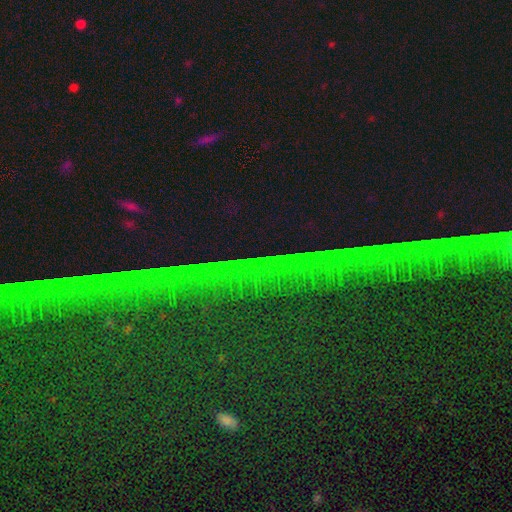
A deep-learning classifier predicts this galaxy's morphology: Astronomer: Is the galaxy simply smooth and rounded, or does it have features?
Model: star or artifact — 83%.